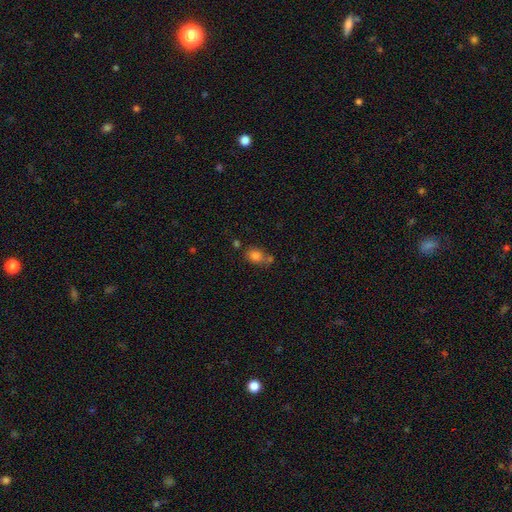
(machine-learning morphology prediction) Q: Smooth or featured?
A: smooth (80%); runner-up: star or artifact (12%)
Q: How rounded?
A: in between (53%); runner-up: round (46%)
Q: Merging?
A: none (53%); runner-up: merger (25%)